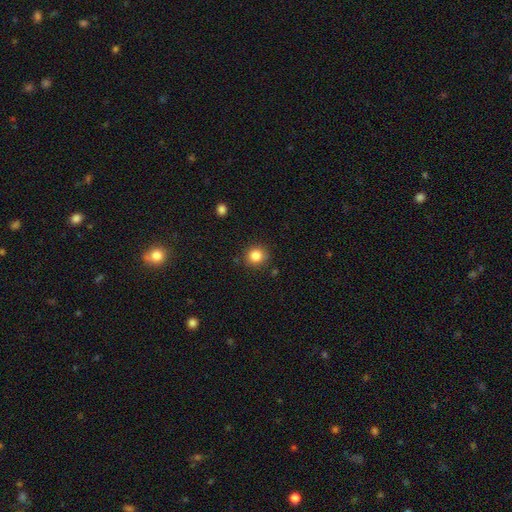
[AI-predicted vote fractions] Q: Smooth or featured?
A: smooth (84%); runner-up: star or artifact (11%)
Q: How rounded?
A: round (89%); runner-up: in between (10%)
Q: Merging?
A: none (88%); runner-up: minor disturbance (8%)